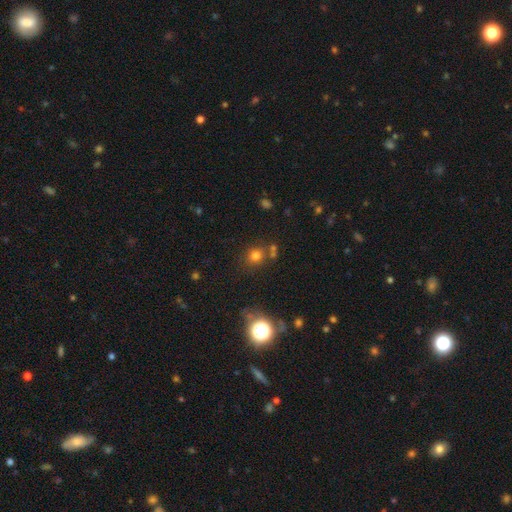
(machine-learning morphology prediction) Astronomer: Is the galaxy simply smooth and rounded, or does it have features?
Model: smooth — 72%.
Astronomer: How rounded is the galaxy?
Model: round — 83%.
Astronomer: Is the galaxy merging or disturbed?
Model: none — 69%.